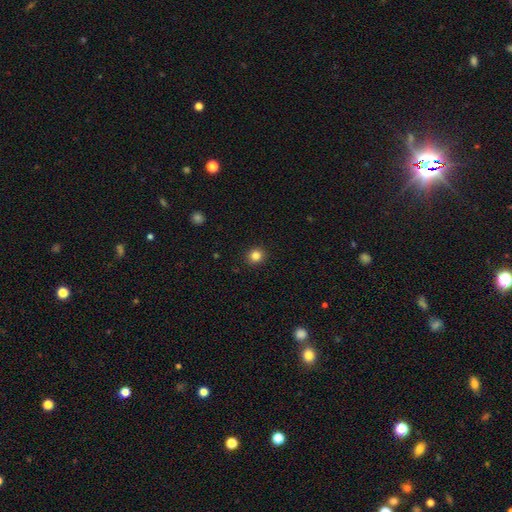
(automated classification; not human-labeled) Overall: smooth (83%). How rounded: round (88%). Merging: none (92%).